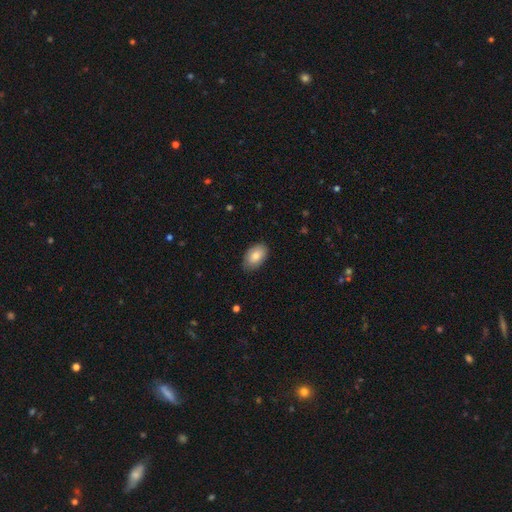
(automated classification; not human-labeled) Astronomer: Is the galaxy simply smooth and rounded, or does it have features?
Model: smooth — 82%.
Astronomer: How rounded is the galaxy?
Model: in between — 92%.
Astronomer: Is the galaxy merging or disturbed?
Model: none — 82%.